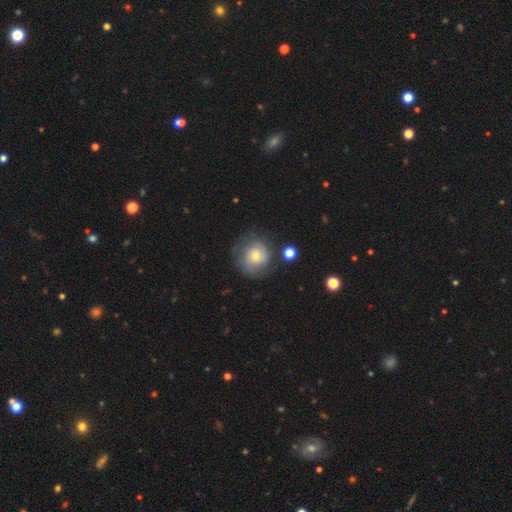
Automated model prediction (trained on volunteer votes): Smooth or featured? smooth (49%)
Merging? none (69%)